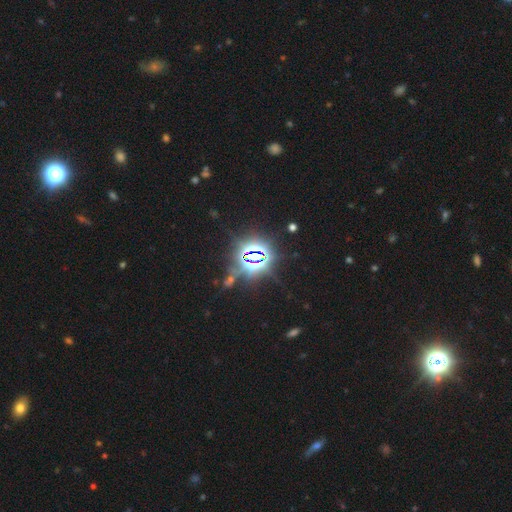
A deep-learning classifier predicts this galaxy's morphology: Smooth or featured? star or artifact (84%)